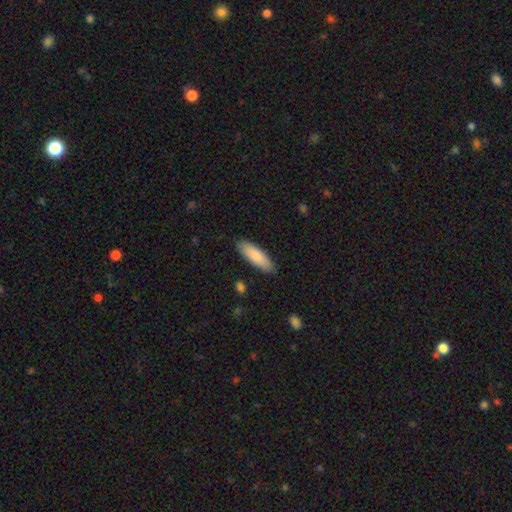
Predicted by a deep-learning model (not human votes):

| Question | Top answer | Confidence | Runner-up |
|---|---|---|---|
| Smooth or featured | smooth | 84% | featured or disk (11%) |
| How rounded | in between | 53% | cigar-shaped (45%) |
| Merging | none | 86% | minor disturbance (10%) |